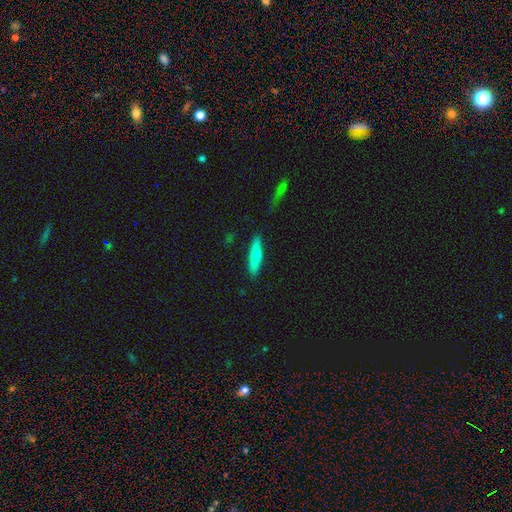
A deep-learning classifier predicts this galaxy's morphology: The model was most divided on "smooth or featured": smooth: 77%, featured or disk: 17%, star or artifact: 6%. More confident: merging — none (85%); how rounded — cigar-shaped (82%).